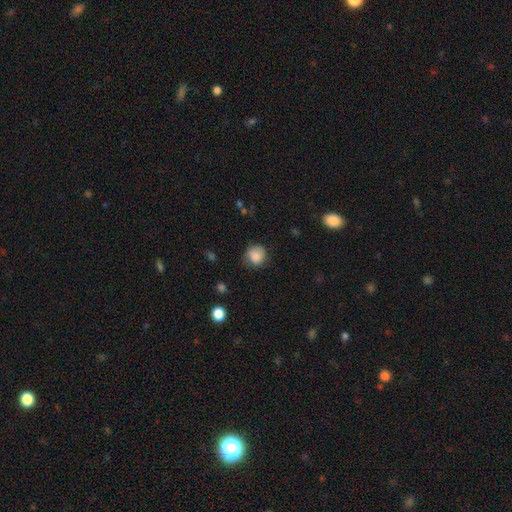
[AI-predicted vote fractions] Morphology: type=smooth (85%); roundness=round (83%); merging=none (69%).